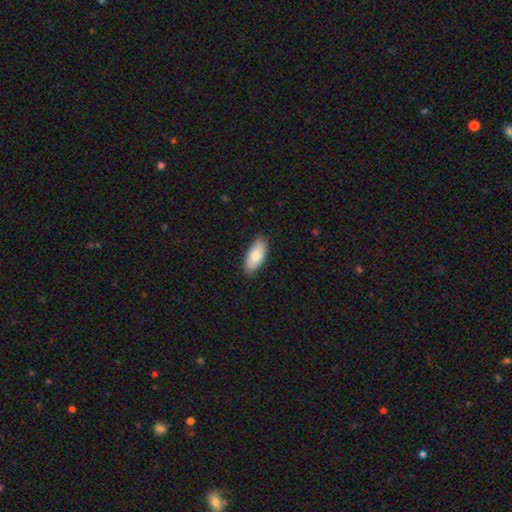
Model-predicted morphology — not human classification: type=smooth (84%); roundness=in between (90%); merging=none (85%).